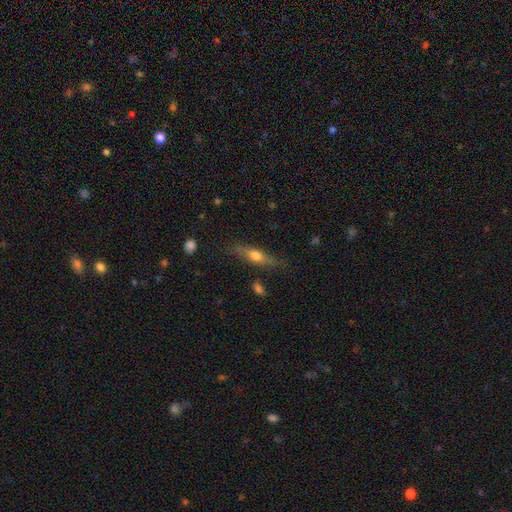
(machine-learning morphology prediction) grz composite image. It shows a smooth galaxy with no disk features (49%). Merging: none (74%).